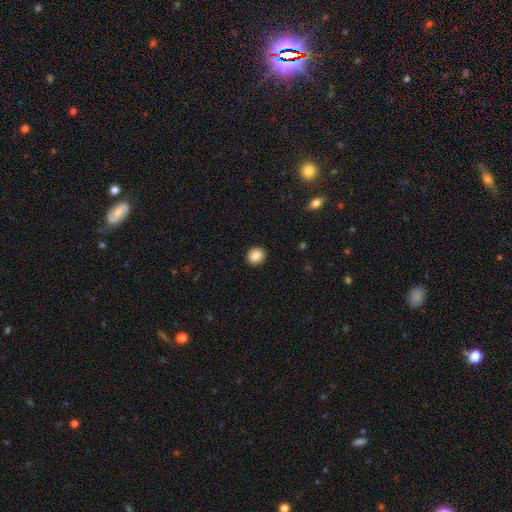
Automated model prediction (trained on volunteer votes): Smooth or featured? Predicted: smooth (p=0.87). How rounded? Predicted: round (p=0.77). Merging? Predicted: none (p=0.92).